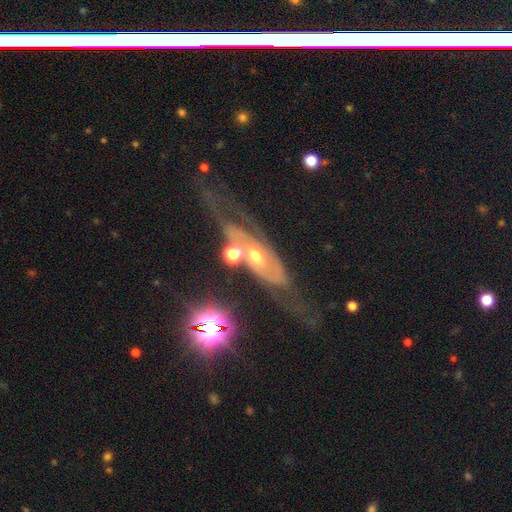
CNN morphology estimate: A featured or disk galaxy (73%) with no bar (69%), spiral arms (75%) and a moderate central bulge (68%). Merging: none (43%).